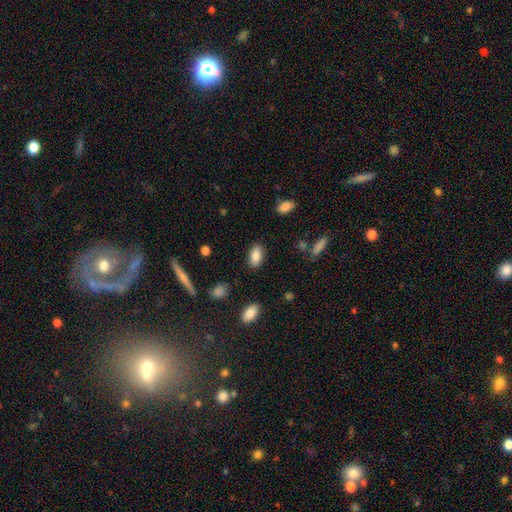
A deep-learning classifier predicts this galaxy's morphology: smooth_or_featured: smooth (p=0.85) [alt: star or artifact p=0.08]
how_rounded: in between (p=0.91) [alt: cigar-shaped p=0.06]
merging: none (p=0.86) [alt: minor disturbance p=0.10]